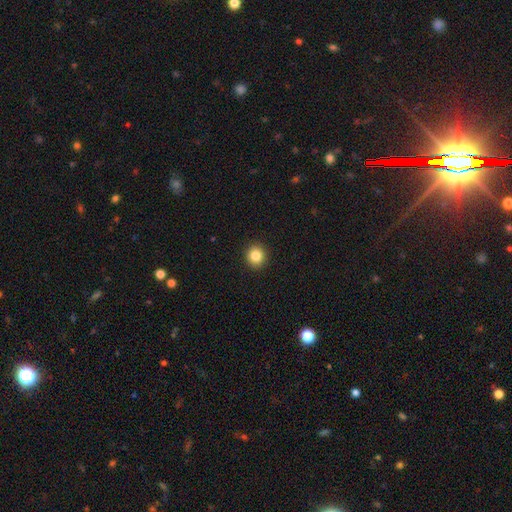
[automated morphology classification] Overall: smooth (85%). How rounded: round (89%). Merging: none (93%).